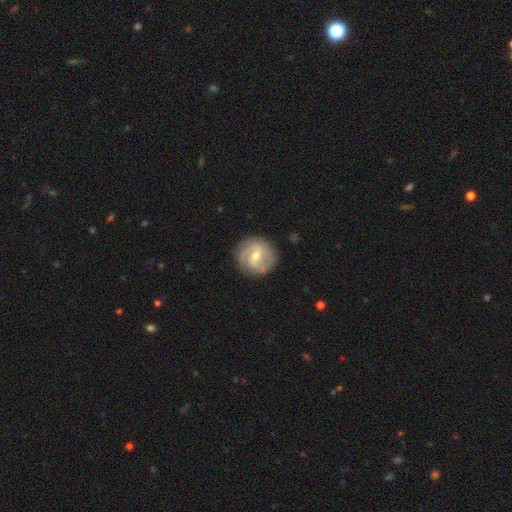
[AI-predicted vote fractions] smooth-or-featured: featured or disk: 75% | smooth: 19% | star or artifact: 6%
  disk-edge-on: no: 97% | yes: 3%
    bar: weak: 55% | no: 24% | strong: 21%
    has-spiral-arms: yes: 90% | no: 10%
      spiral-winding: medium: 41% | tight: 39% | loose: 20%
      spiral-arm-count: 2: 61% | can't tell: 17% | 3: 12% | 1: 4% | 4: 3% | more than 4: 3%
    bulge-size: moderate: 51% | small: 45% | large: 2% | none: 1% | dominant: 1%
  merging: none: 84% | minor disturbance: 11% | major disturbance: 4% | merger: 1%